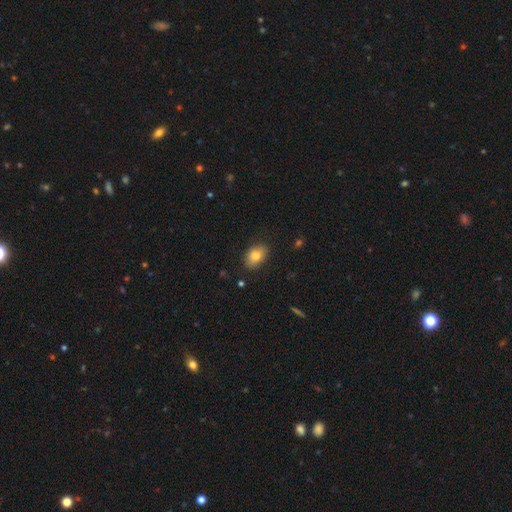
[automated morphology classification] Smooth or featured?
  - smooth: 80% *
  - featured or disk: 11%
  - star or artifact: 9%
How rounded?
  - in between: 83% *
  - round: 16%
  - cigar-shaped: 1%
Merging?
  - none: 84% *
  - minor disturbance: 12%
  - major disturbance: 3%
  - merger: 1%